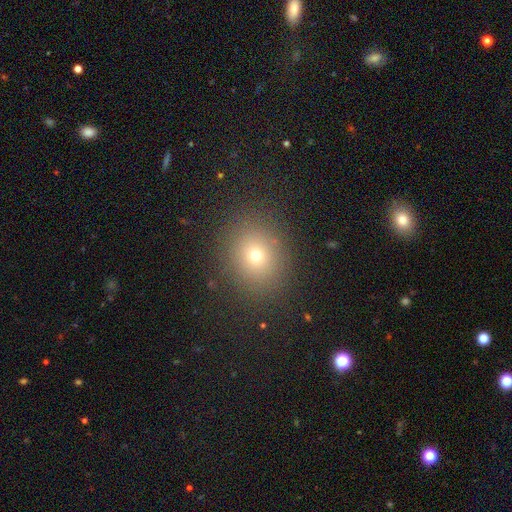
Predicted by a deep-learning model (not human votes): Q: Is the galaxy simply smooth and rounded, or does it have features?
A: smooth — 69%.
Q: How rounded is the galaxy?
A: round — 72%.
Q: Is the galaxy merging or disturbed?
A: none — 86%.